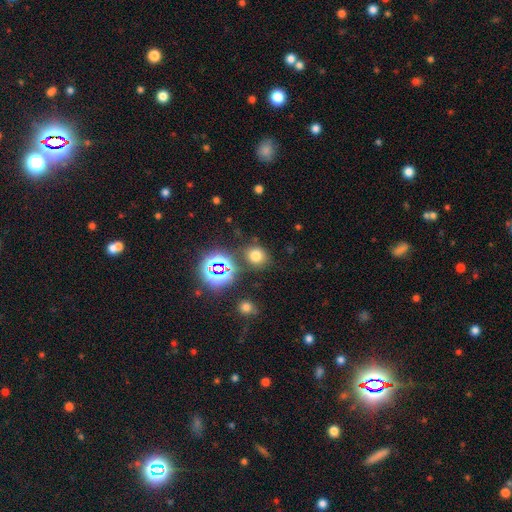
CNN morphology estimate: Q: Smooth or featured?
A: smooth (67%); runner-up: star or artifact (25%)
Q: How rounded?
A: round (77%); runner-up: in between (22%)
Q: Merging?
A: none (79%); runner-up: minor disturbance (10%)